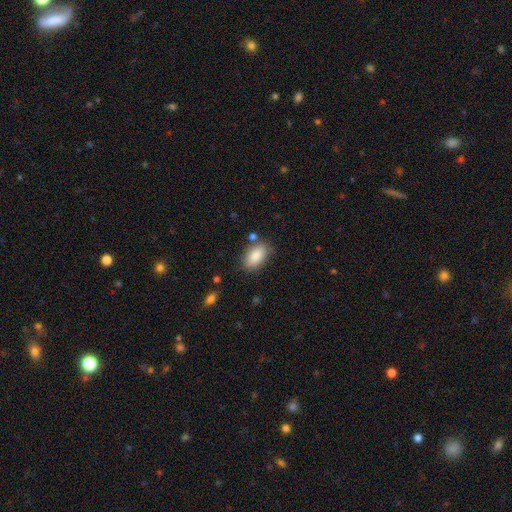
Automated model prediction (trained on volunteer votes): smooth 86%, featured or disk 7%, star or artifact 7%. Down the decision tree: how rounded — in between (92%); merging — none (74%).